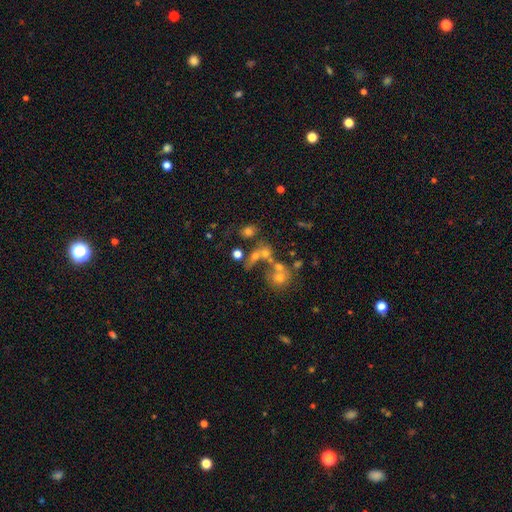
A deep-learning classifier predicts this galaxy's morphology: Overall: smooth (49%; star or artifact 27%). Merging: none (42%; merger 36%).